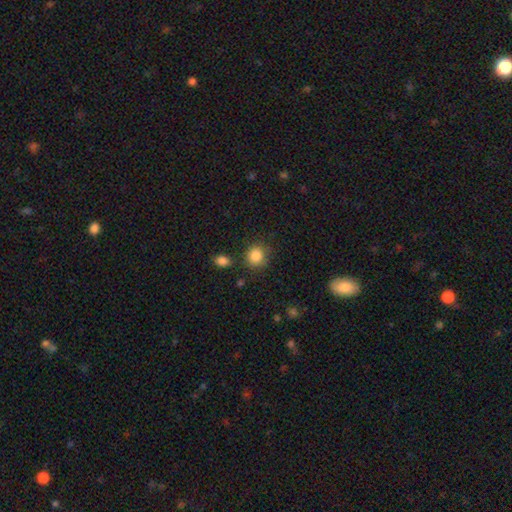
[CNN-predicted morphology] Smooth or featured?
  - smooth: 86% *
  - star or artifact: 10%
  - featured or disk: 4%
How rounded?
  - round: 85% *
  - in between: 14%
  - cigar-shaped: 1%
Merging?
  - none: 82% *
  - minor disturbance: 10%
  - merger: 5%
  - major disturbance: 3%